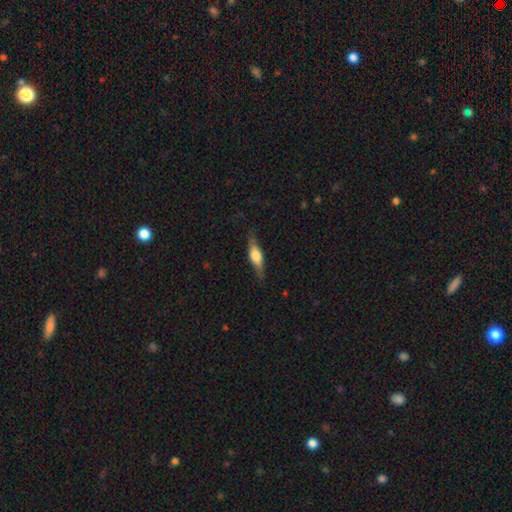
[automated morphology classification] Smooth or featured: smooth — 50% (featured or disk — 44%)
Merging: none — 78% (minor disturbance — 17%)